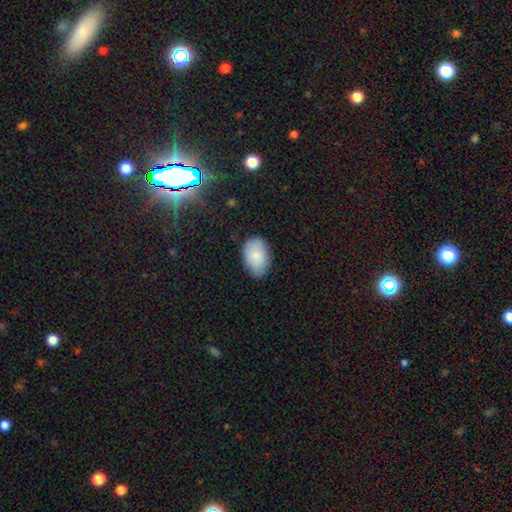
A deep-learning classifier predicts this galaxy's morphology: A smooth galaxy with no disk features (85%) that is in between round and cigar-shaped (91%).

Vote fractions:
- Smooth or featured? smooth: 85% / featured or disk: 9% / star or artifact: 6%
- How rounded? in between: 91% / round: 7% / cigar-shaped: 1%
- Merging? none: 80% / minor disturbance: 16% / major disturbance: 3% / merger: 1%